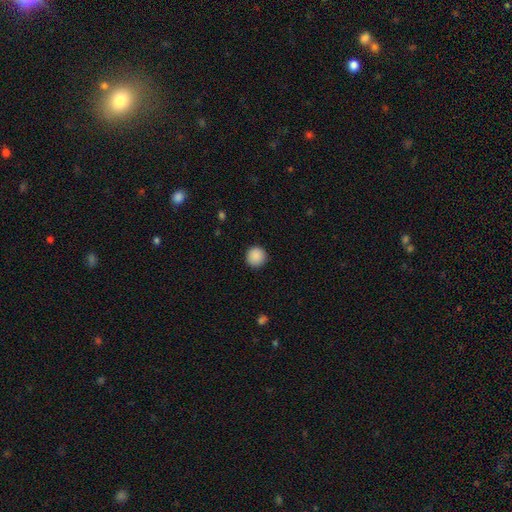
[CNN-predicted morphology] Q: Smooth or featured?
A: smooth (89%); runner-up: star or artifact (8%)
Q: How rounded?
A: round (95%); runner-up: in between (4%)
Q: Merging?
A: none (91%); runner-up: minor disturbance (6%)